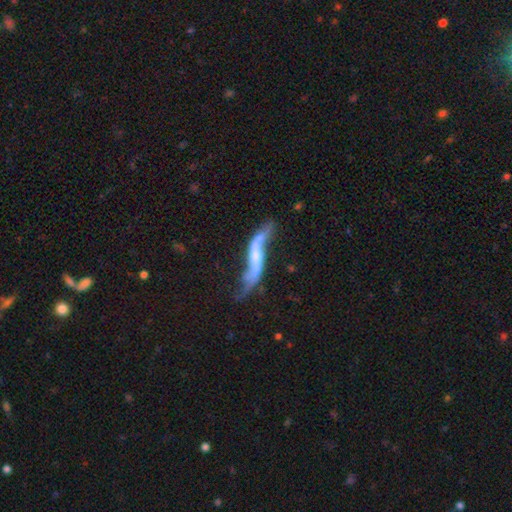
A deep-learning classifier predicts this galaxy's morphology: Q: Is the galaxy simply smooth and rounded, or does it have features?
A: featured or disk — 75%.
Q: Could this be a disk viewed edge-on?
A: no — 71%.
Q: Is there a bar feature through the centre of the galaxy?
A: no — 39%.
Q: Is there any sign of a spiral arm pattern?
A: yes — 84%.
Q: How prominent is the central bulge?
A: small — 38%.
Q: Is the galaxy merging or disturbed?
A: none — 42%.